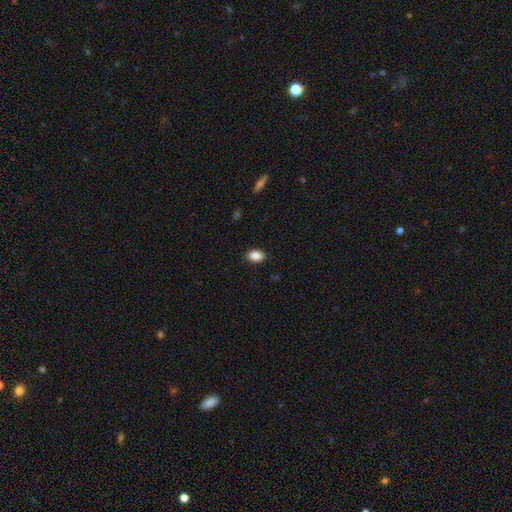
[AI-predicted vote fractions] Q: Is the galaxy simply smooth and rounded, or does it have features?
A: smooth — 88%.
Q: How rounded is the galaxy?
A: in between — 85%.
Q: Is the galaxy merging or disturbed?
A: none — 86%.